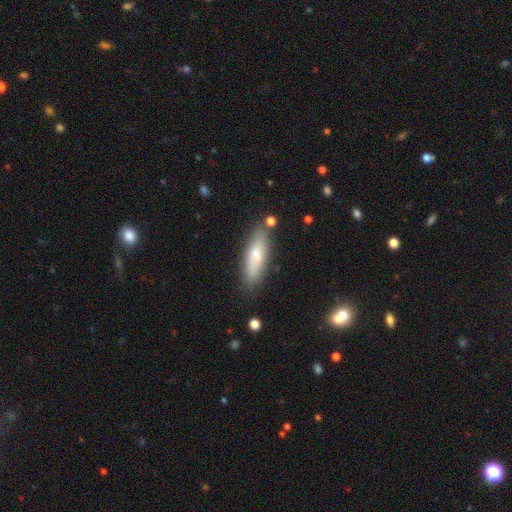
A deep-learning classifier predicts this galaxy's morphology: smooth_or_featured: smooth (p=0.70) [alt: featured or disk p=0.24]
how_rounded: cigar-shaped (p=0.55) [alt: in between p=0.43]
merging: none (p=0.80) [alt: minor disturbance p=0.14]